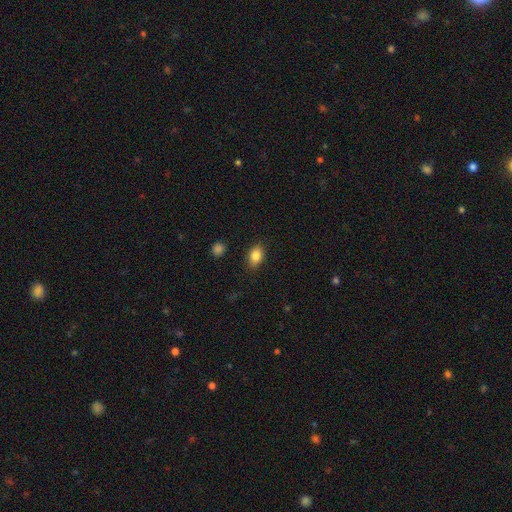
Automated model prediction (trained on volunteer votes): smooth 84%, star or artifact 9%, featured or disk 7%. Down the decision tree: how rounded — in between (79%); merging — none (86%).